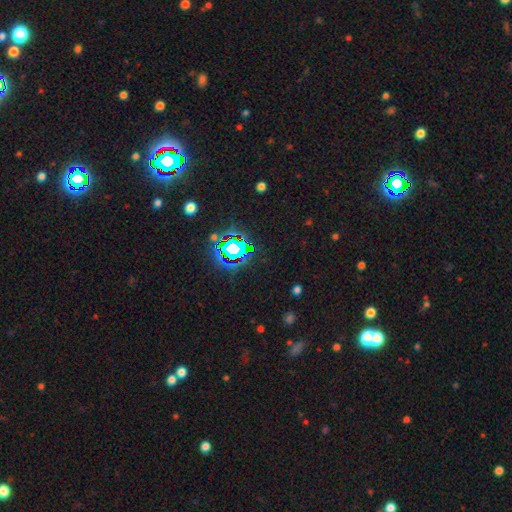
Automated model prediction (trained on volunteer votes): Q: Smooth or featured?
A: star or artifact (80%); runner-up: smooth (12%)